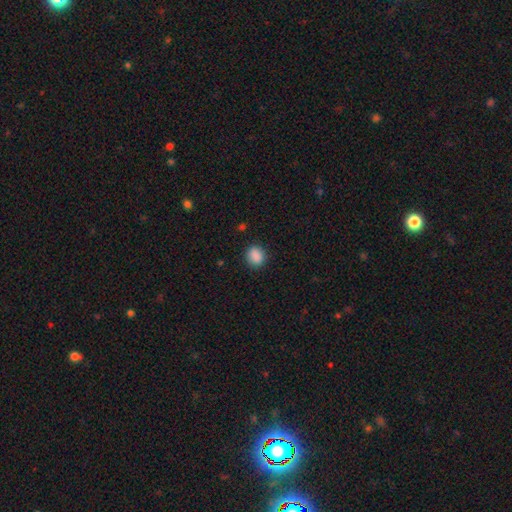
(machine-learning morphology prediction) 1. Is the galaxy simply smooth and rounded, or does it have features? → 88% smooth, 9% star or artifact, 3% featured or disk.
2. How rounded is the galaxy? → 58% round, 41% in between, 1% cigar-shaped.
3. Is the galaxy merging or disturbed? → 86% none, 10% minor disturbance, 3% major disturbance, 1% merger.